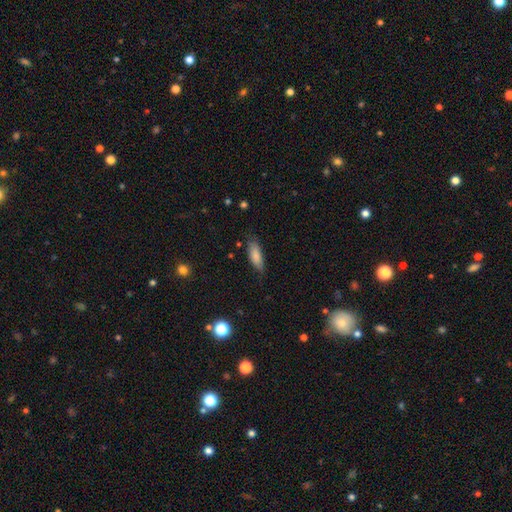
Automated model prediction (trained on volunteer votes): A smooth galaxy with no disk features (83%) that is in between round and cigar-shaped (66%).

Vote fractions:
- Smooth or featured? smooth: 83% / featured or disk: 10% / star or artifact: 7%
- How rounded? in between: 66% / cigar-shaped: 32% / round: 2%
- Merging? none: 75% / minor disturbance: 20% / major disturbance: 4% / merger: 2%